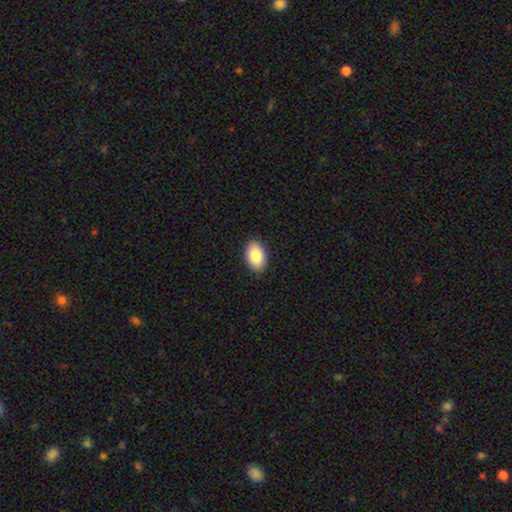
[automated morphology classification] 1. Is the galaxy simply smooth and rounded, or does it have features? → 86% smooth, 7% featured or disk, 7% star or artifact.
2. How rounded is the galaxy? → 93% in between, 6% round, 1% cigar-shaped.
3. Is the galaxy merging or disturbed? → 90% none, 7% minor disturbance, 2% major disturbance, 1% merger.